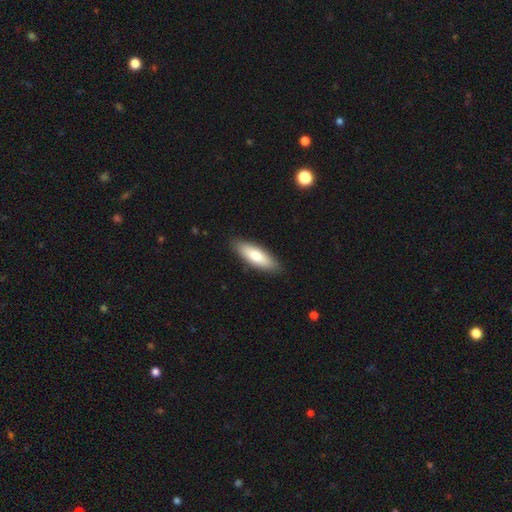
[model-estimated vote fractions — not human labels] Smooth or featured? smooth (74%)
How rounded? in between (57%)
Merging? none (89%)